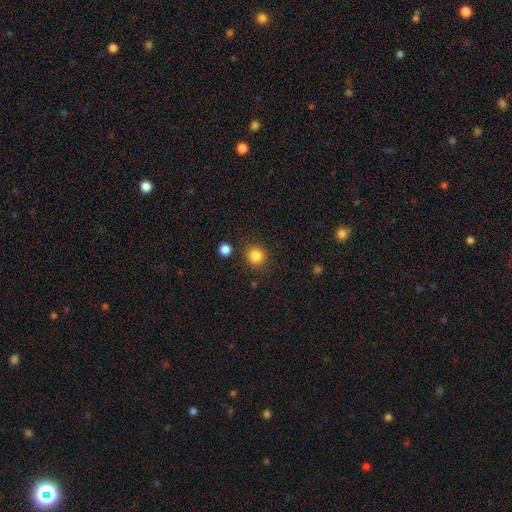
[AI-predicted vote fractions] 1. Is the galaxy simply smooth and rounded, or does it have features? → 85% smooth, 11% star or artifact, 4% featured or disk.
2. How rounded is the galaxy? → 92% round, 7% in between, 1% cigar-shaped.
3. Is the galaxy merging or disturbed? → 87% none, 7% minor disturbance, 4% merger, 3% major disturbance.